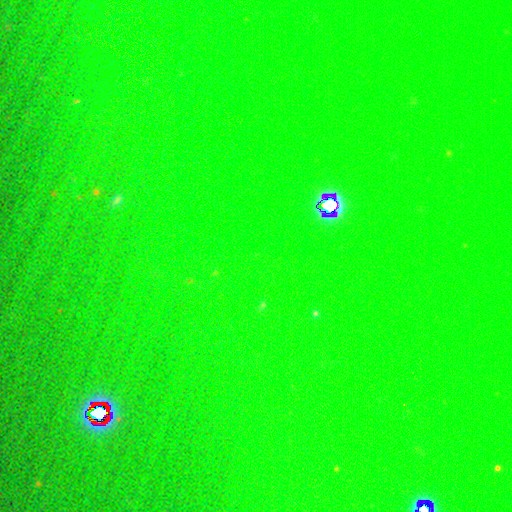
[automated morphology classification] The model was most divided on "smooth or featured": star or artifact: 74%, smooth: 17%, featured or disk: 9%.